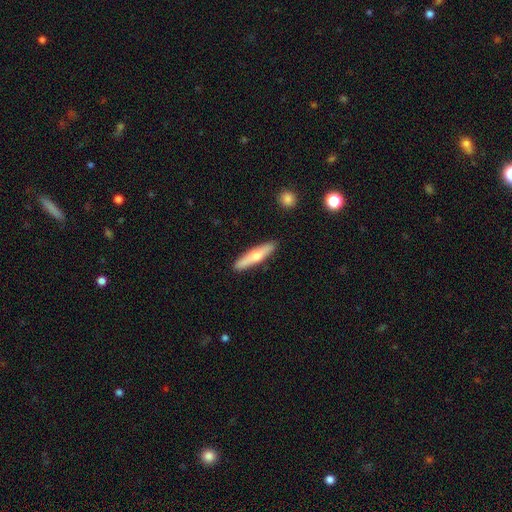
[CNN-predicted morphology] Smooth or featured? Predicted: smooth (p=0.53). How rounded? Predicted: cigar-shaped (p=0.83). Merging? Predicted: none (p=0.89).